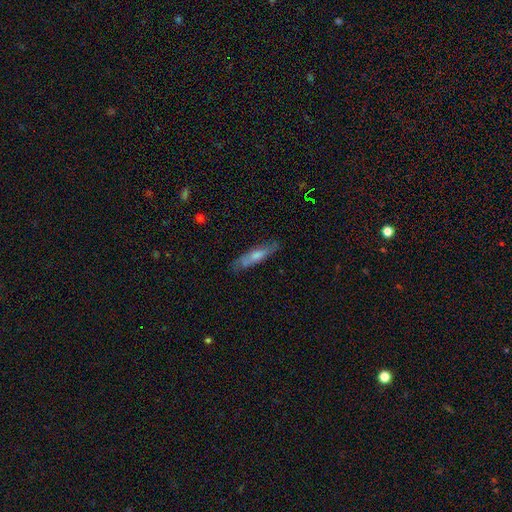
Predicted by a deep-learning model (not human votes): smooth-or-featured: smooth: 56% | featured or disk: 37% | star or artifact: 6%
  how-rounded: cigar-shaped: 72% | in between: 26% | round: 2%
  merging: none: 76% | minor disturbance: 18% | major disturbance: 4% | merger: 2%